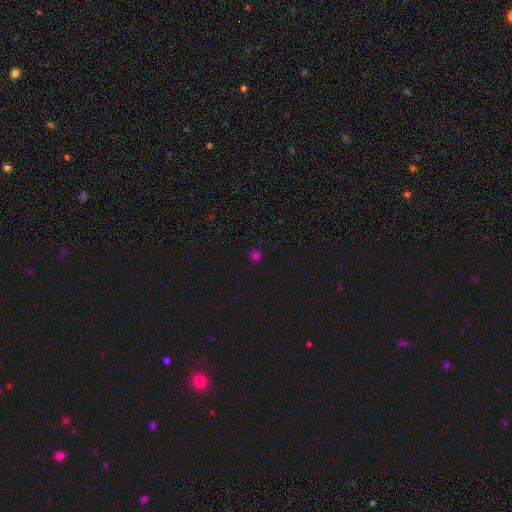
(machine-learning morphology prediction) smooth 74%, star or artifact 23%, featured or disk 4%. Down the decision tree: how rounded — round (94%); merging — none (88%).